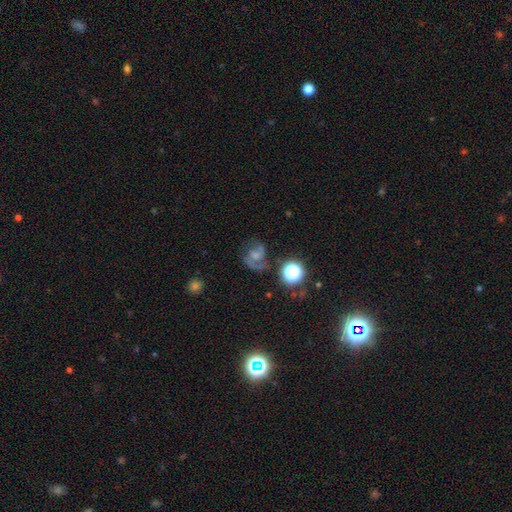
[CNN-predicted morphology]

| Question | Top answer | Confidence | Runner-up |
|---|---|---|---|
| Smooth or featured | featured or disk | 58% | smooth (26%) |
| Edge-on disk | no | 98% | yes (2%) |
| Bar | no | 59% | weak (33%) |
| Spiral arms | yes | 87% | no (13%) |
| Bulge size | moderate | 34% | small (32%) |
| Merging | none | 50% | major disturbance (23%) |